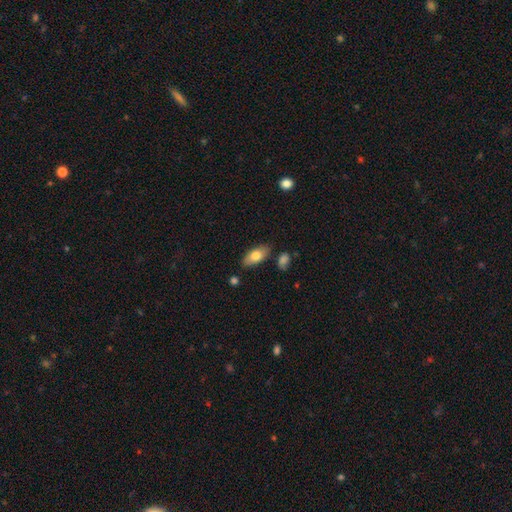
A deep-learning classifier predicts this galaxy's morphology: This is likely a smooth galaxy (75%). How rounded: clearly in between (90%). Merging: clearly none (82%).